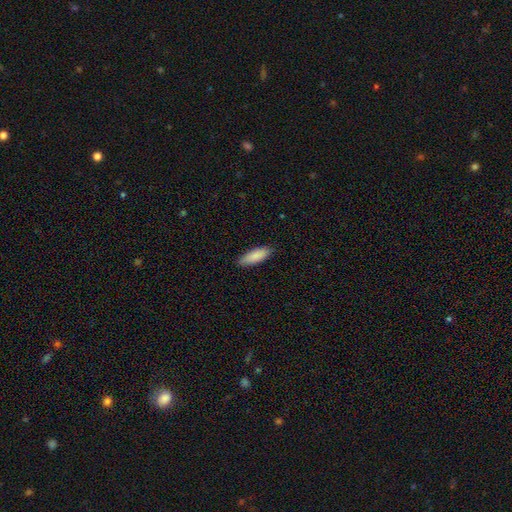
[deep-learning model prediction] A smooth galaxy with no disk features (87%) that is in between round and cigar-shaped (58%). Merging: none (86%).